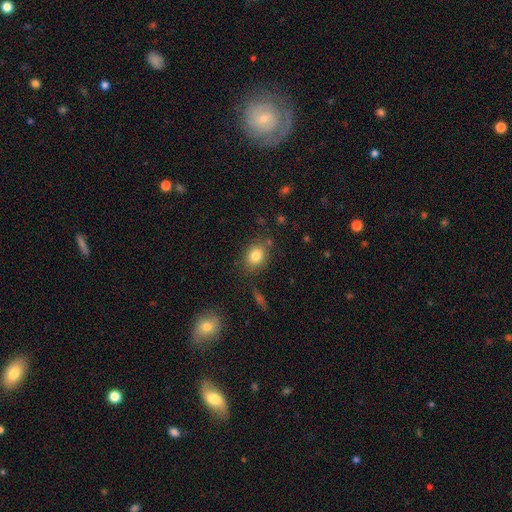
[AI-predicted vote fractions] The model was most divided on "how rounded": in between: 56%, round: 43%, cigar-shaped: 1%. More confident: smooth or featured — smooth (82%); merging — none (79%).